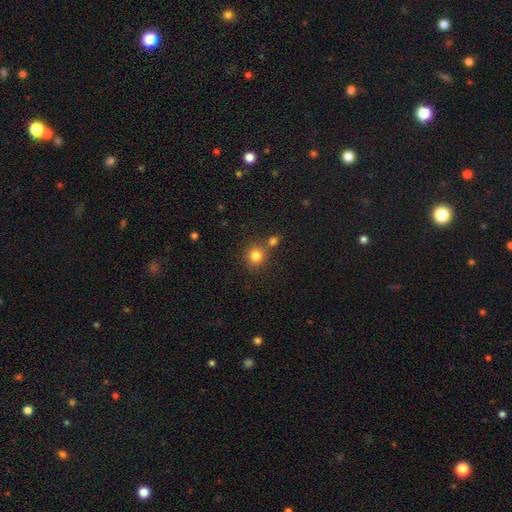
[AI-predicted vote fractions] This is clearly a smooth galaxy (82%). How rounded: clearly round (88%). Merging: likely none (65%).